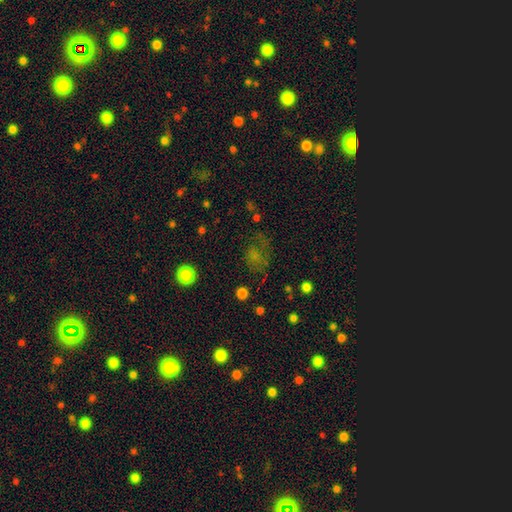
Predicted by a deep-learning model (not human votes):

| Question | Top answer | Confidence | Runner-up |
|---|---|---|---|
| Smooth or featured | smooth | 55% | star or artifact (28%) |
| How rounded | in between | 53% | round (45%) |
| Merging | none | 46% | major disturbance (29%) |